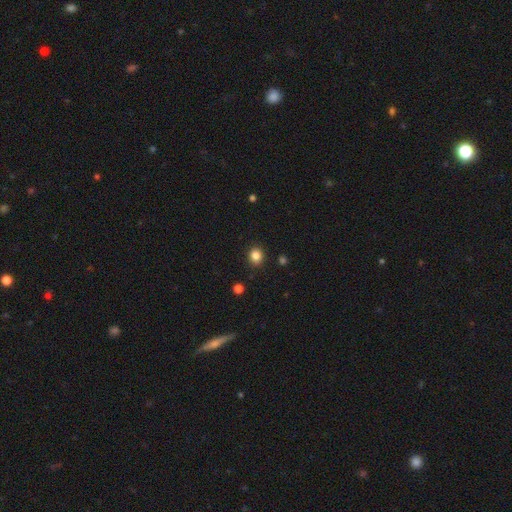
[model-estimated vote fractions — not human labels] This appears to be a smooth galaxy with no disk features (85%) that is round (80%). Merging: none (90%).